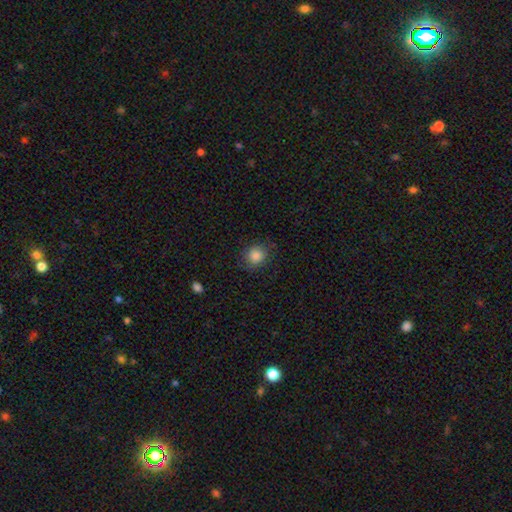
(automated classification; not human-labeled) A smooth galaxy with no disk features (86%) that is round (83%).

Vote fractions:
- Smooth or featured? smooth: 86% / star or artifact: 10% / featured or disk: 4%
- How rounded? round: 83% / in between: 16% / cigar-shaped: 1%
- Merging? none: 83% / minor disturbance: 12% / major disturbance: 4% / merger: 1%